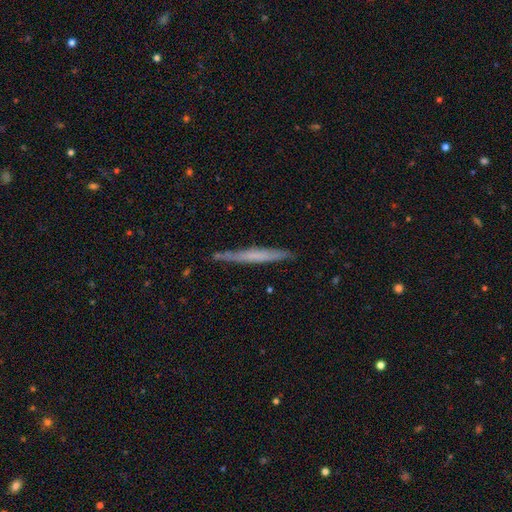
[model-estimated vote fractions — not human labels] Overall: featured or disk (48%; smooth 46%). Merging: none (85%).